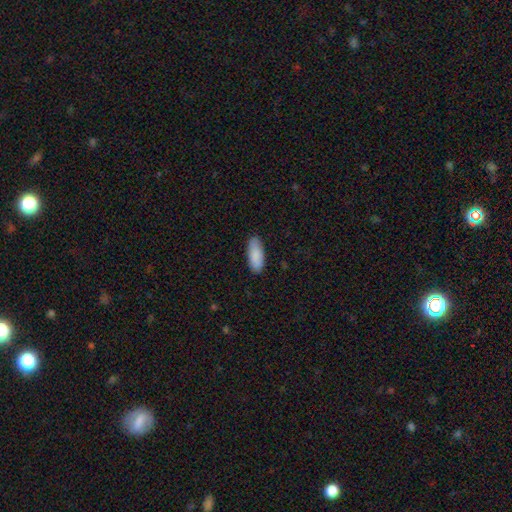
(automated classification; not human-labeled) This is clearly a smooth galaxy (88%). How rounded: clearly in between (81%). Merging: clearly none (85%).